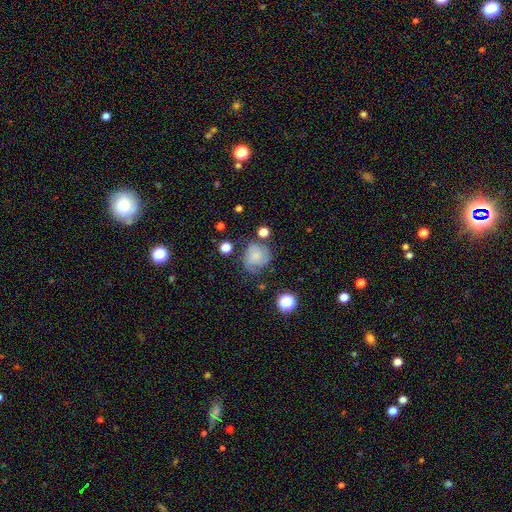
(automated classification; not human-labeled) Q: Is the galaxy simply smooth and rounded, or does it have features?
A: smooth — 55%.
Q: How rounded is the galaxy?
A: round — 80%.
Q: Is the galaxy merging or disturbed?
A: none — 57%.